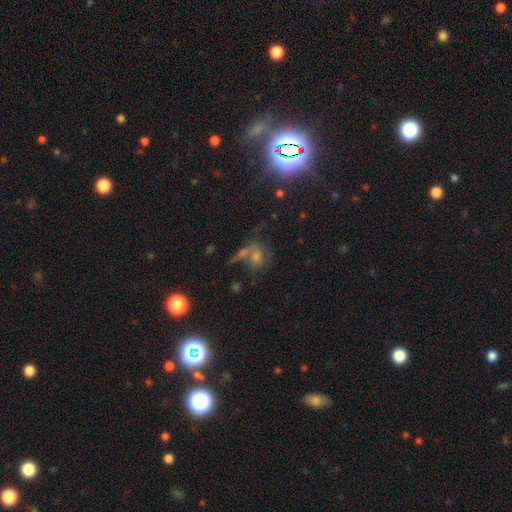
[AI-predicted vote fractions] Smooth or featured? star or artifact (46%)